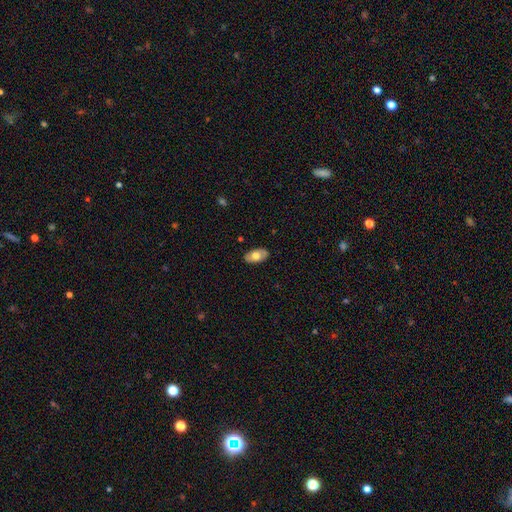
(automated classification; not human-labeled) Smooth or featured? Predicted: smooth (p=0.63). How rounded? Predicted: in between (p=0.94). Merging? Predicted: none (p=0.85).